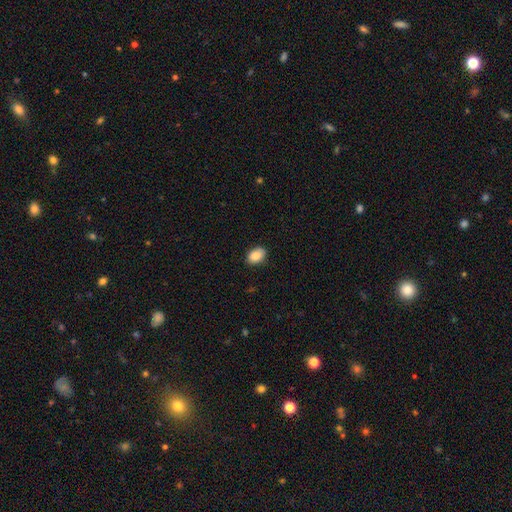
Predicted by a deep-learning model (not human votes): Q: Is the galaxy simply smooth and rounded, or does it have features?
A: smooth — 88%.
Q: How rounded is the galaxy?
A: in between — 83%.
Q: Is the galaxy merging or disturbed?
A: none — 87%.